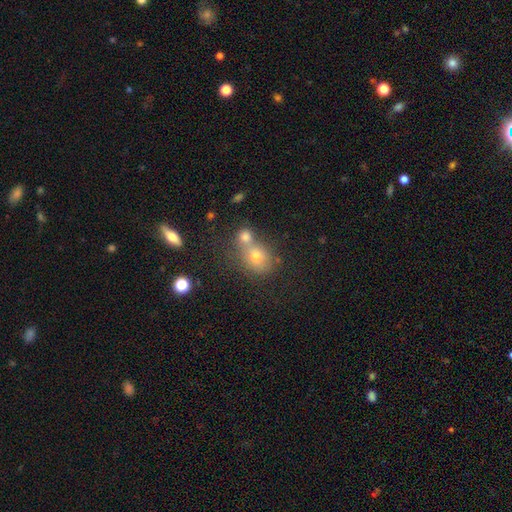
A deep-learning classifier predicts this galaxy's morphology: Q: Smooth or featured?
A: smooth (68%); runner-up: featured or disk (16%)
Q: How rounded?
A: round (63%); runner-up: in between (35%)
Q: Merging?
A: merger (48%); runner-up: none (39%)